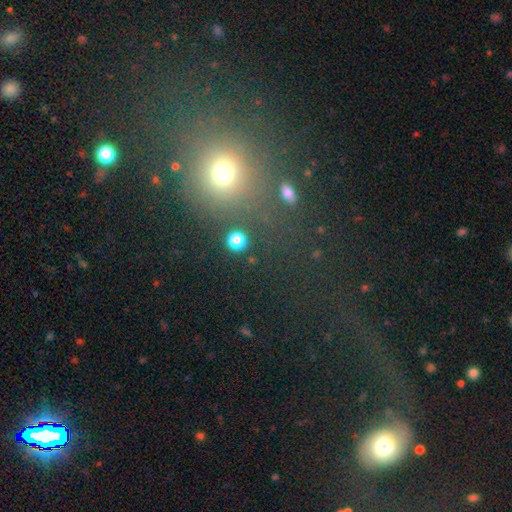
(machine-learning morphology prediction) Smooth or featured? smooth (53%)
How rounded? round (76%)
Merging? none (49%)